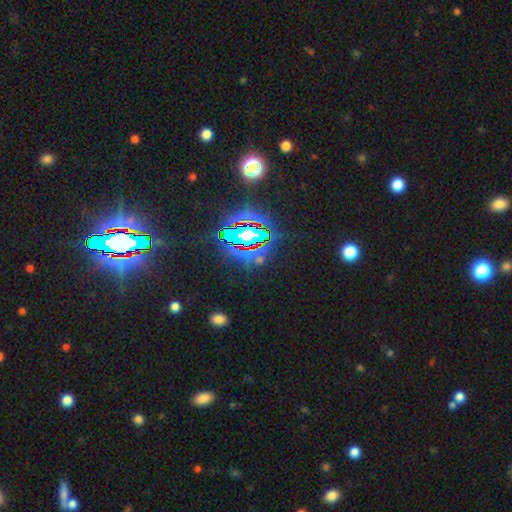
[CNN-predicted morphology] This is clearly a star or artifact rather than a galaxy (82%).